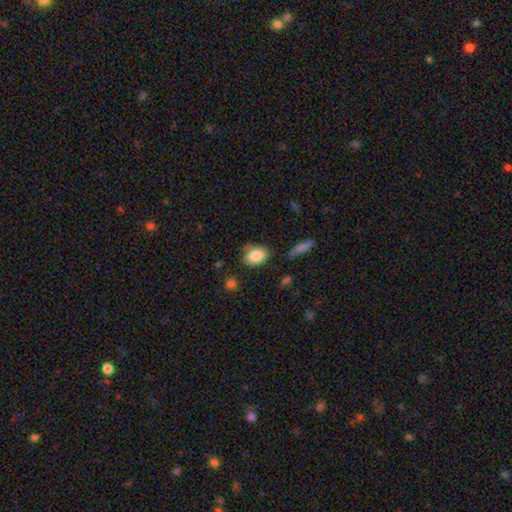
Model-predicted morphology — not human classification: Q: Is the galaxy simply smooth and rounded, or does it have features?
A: smooth — 85%.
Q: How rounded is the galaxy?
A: in between — 82%.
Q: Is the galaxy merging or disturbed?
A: none — 66%.